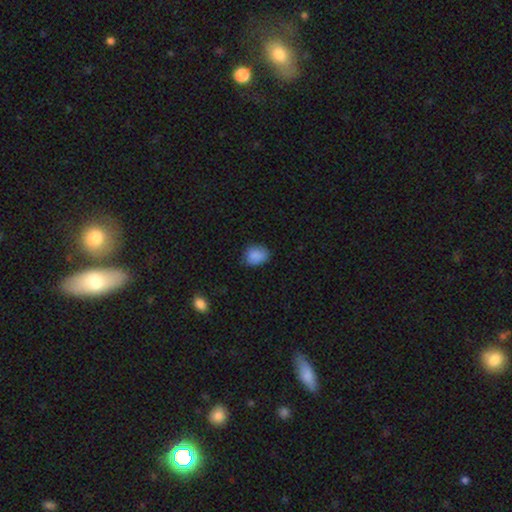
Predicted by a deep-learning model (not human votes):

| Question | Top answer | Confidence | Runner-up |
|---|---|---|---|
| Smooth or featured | smooth | 87% | star or artifact (8%) |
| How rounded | in between | 54% | round (45%) |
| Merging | none | 73% | minor disturbance (22%) |